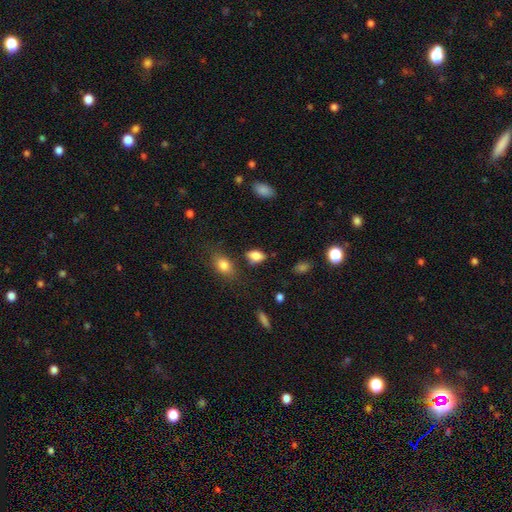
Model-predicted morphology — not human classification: smooth 78%, featured or disk 11%, star or artifact 10%. Down the decision tree: how rounded — in between (85%); merging — none (70%).